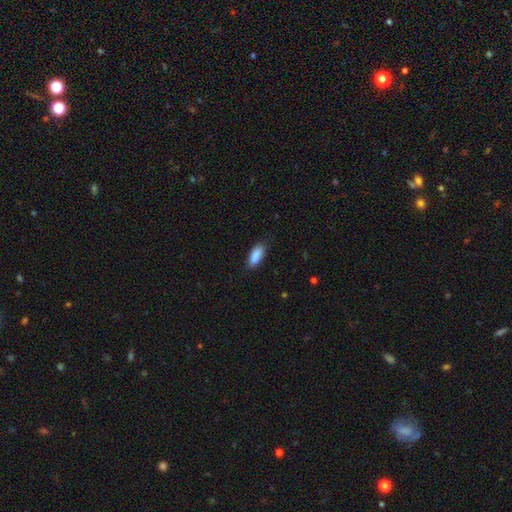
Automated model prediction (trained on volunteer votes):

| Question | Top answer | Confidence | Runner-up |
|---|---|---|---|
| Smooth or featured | smooth | 89% | star or artifact (6%) |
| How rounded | in between | 79% | cigar-shaped (19%) |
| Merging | none | 80% | minor disturbance (16%) |